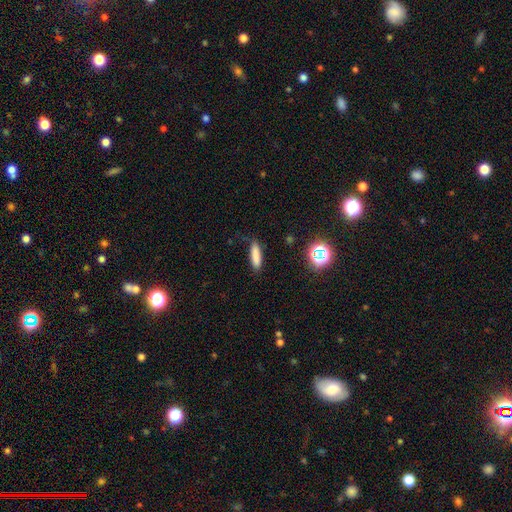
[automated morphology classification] Smooth or featured?
  - smooth: 82% *
  - star or artifact: 10%
  - featured or disk: 8%
How rounded?
  - cigar-shaped: 69% *
  - in between: 29%
  - round: 2%
Merging?
  - none: 78% *
  - minor disturbance: 16%
  - major disturbance: 4%
  - merger: 2%